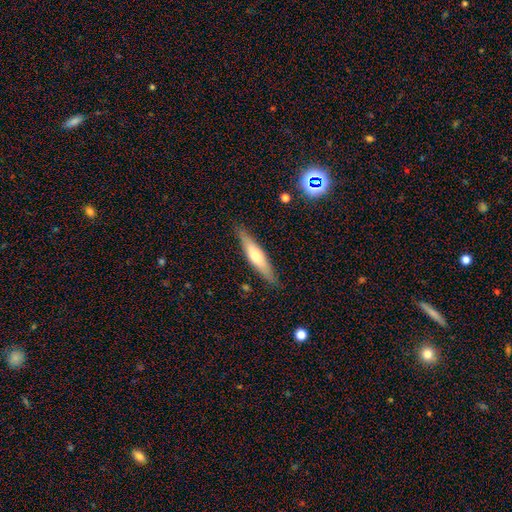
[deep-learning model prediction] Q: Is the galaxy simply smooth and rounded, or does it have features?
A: smooth — 52%.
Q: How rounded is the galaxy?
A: cigar-shaped — 80%.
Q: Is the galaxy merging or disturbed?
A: none — 86%.